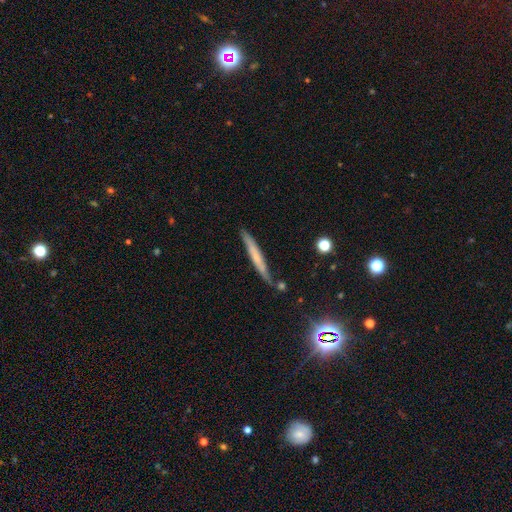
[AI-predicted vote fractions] smooth-or-featured: smooth: 45% | featured or disk: 44% | star or artifact: 10%
  merging: none: 77% | minor disturbance: 16% | merger: 4% | major disturbance: 3%